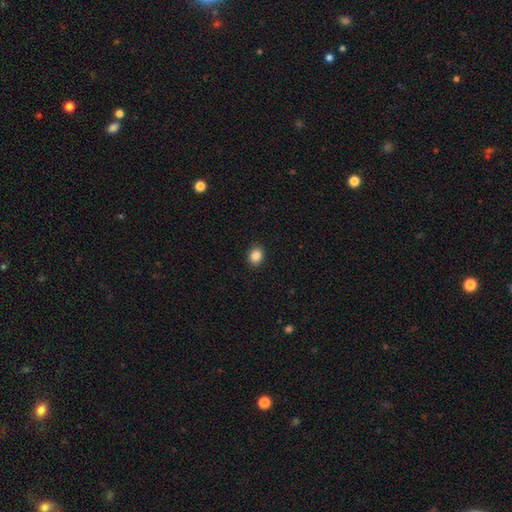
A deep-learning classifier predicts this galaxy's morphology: The model was most divided on "how rounded": round: 53%, in between: 46%, cigar-shaped: 1%. More confident: merging — none (91%); smooth or featured — smooth (87%).